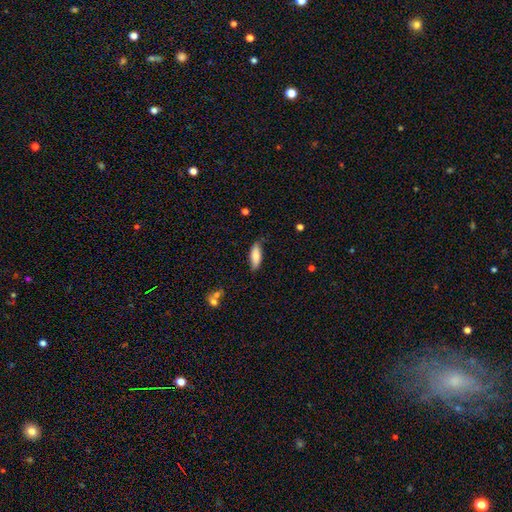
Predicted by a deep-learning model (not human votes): Overall: smooth (79%). How rounded: in between (68%; cigar-shaped 31%). Merging: none (65%; minor disturbance 27%).